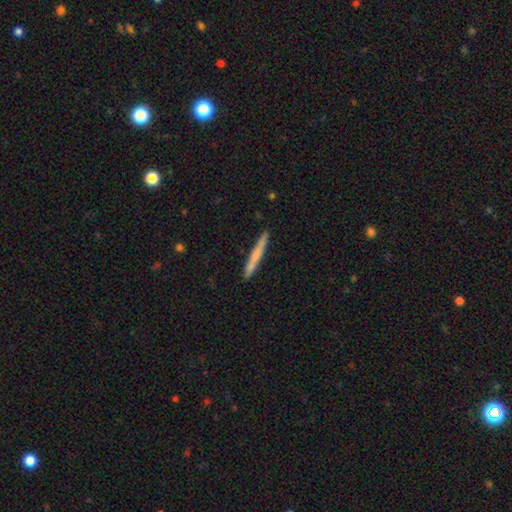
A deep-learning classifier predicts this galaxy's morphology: Smooth or featured? smooth (62%)
How rounded? cigar-shaped (96%)
Merging? none (90%)